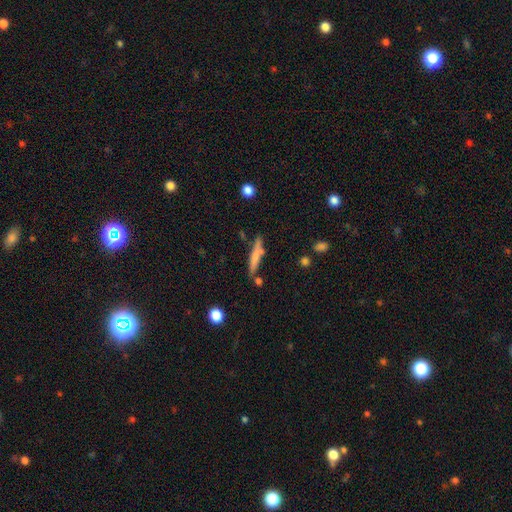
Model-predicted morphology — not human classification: A smooth galaxy with no disk features (65%) that is cigar-shaped (89%). Merging: none (70%).